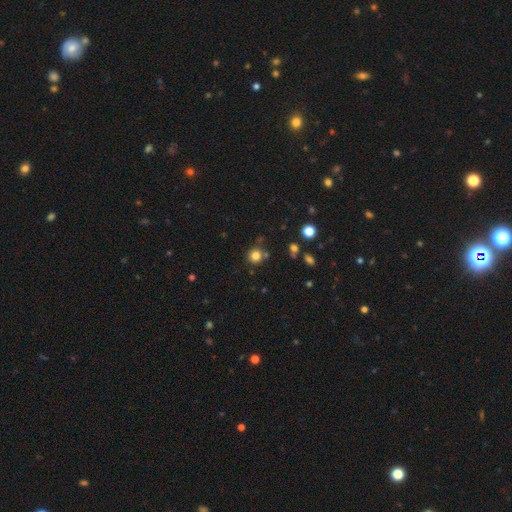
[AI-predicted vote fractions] Morphology: type=smooth (81%); roundness=round (90%); merging=none (78%).